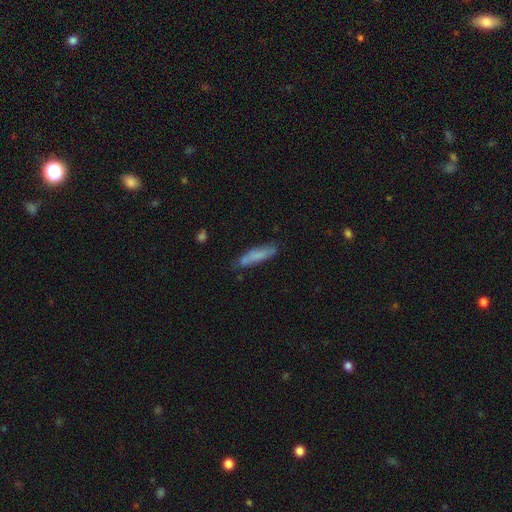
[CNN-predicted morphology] Smooth or featured? Predicted: smooth (p=0.71). How rounded? Predicted: cigar-shaped (p=0.80). Merging? Predicted: none (p=0.70).